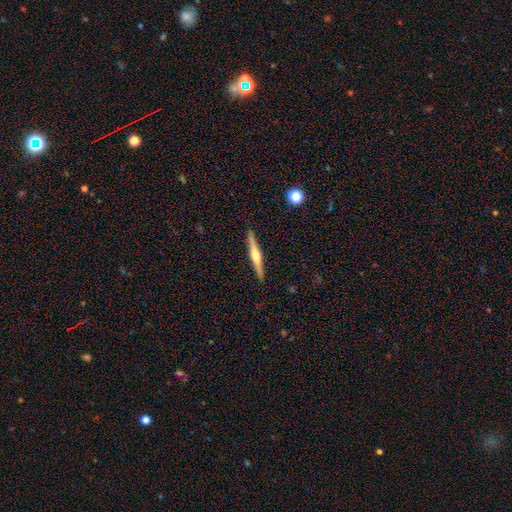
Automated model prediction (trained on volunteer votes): Q: Smooth or featured?
A: featured or disk (72%); runner-up: smooth (23%)
Q: Edge-on disk?
A: yes (98%); runner-up: no (2%)
Q: Edge-on bulge?
A: rounded (93%); runner-up: none (4%)
Q: Merging?
A: none (91%); runner-up: minor disturbance (6%)